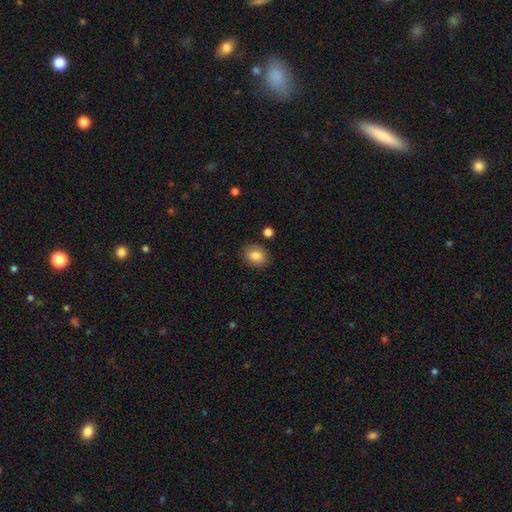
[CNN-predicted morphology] Overall: smooth (85%). How rounded: in between (52%; round 47%). Merging: none (86%).